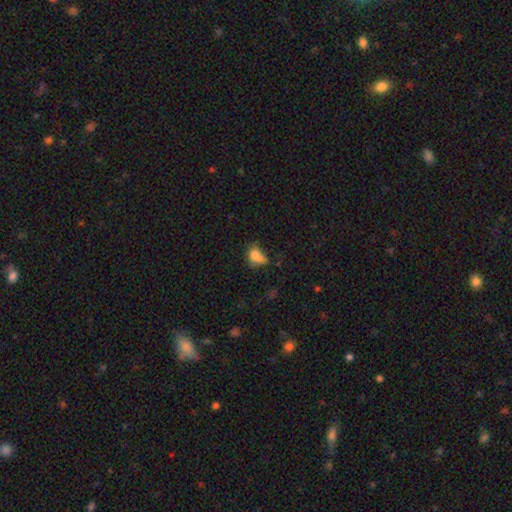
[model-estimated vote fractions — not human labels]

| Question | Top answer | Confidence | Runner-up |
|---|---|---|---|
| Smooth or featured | smooth | 76% | featured or disk (12%) |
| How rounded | in between | 74% | round (23%) |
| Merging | minor disturbance | 34% | tied: none (34%) |